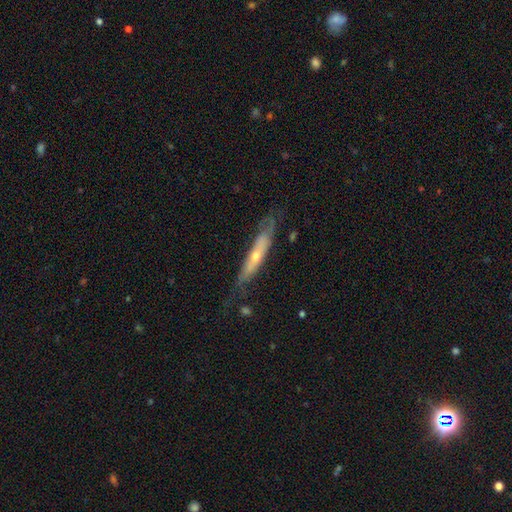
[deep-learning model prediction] This appears to be a featured or disk galaxy (62%) viewed edge-on (64%). Merging: none (65%).